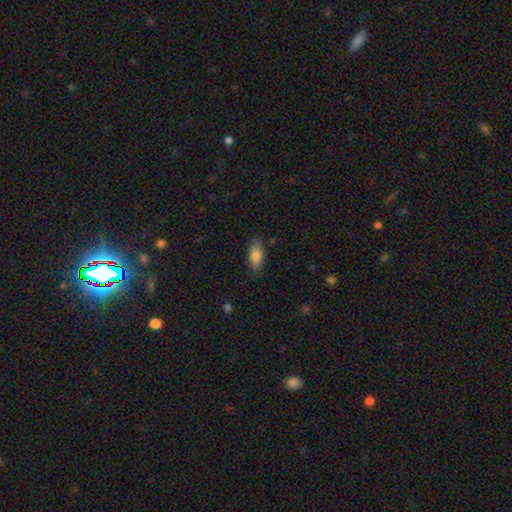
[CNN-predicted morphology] Smooth or featured? smooth (83%)
How rounded? in between (85%)
Merging? none (83%)